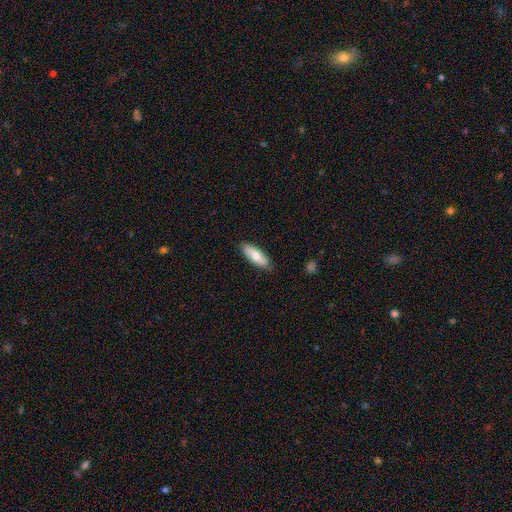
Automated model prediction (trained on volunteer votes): Morphology: type=smooth (74%); roundness=in between (67%); merging=none (86%).